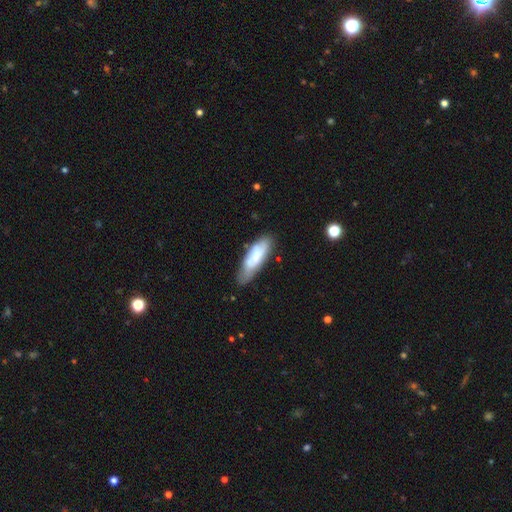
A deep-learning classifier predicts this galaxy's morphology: smooth-or-featured: smooth: 65% | featured or disk: 29% | star or artifact: 6%
  how-rounded: in between: 51% | cigar-shaped: 47% | round: 2%
  merging: none: 57% | minor disturbance: 30% | major disturbance: 8% | merger: 4%